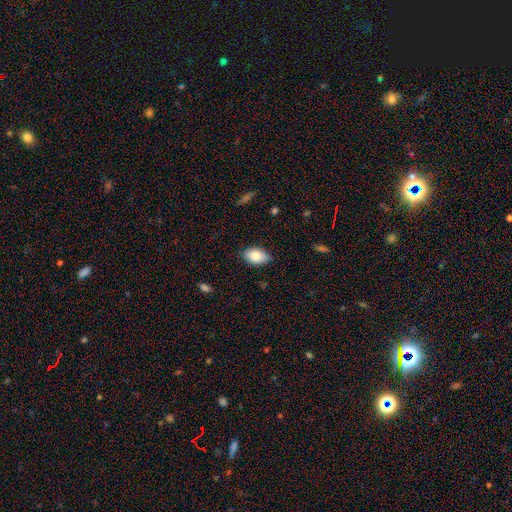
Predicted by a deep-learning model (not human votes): Smooth or featured?
  - smooth: 82% *
  - featured or disk: 11%
  - star or artifact: 7%
How rounded?
  - in between: 91% *
  - round: 7%
  - cigar-shaped: 1%
Merging?
  - none: 84% *
  - minor disturbance: 13%
  - major disturbance: 2%
  - merger: 1%